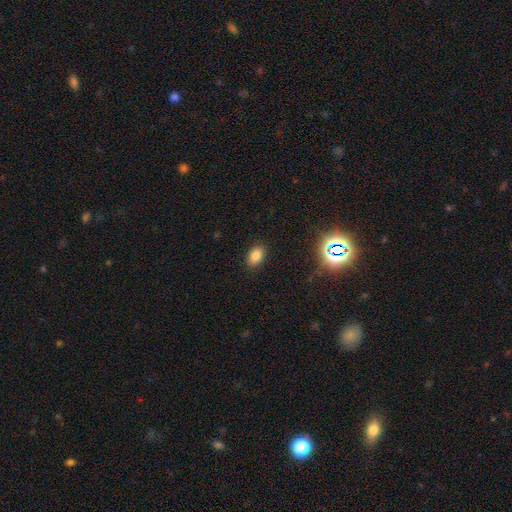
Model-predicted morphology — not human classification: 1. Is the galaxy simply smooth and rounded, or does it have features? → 81% smooth, 13% star or artifact, 6% featured or disk.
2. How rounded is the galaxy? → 84% in between, 14% round, 1% cigar-shaped.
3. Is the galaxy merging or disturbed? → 88% none, 9% minor disturbance, 3% major disturbance, 1% merger.